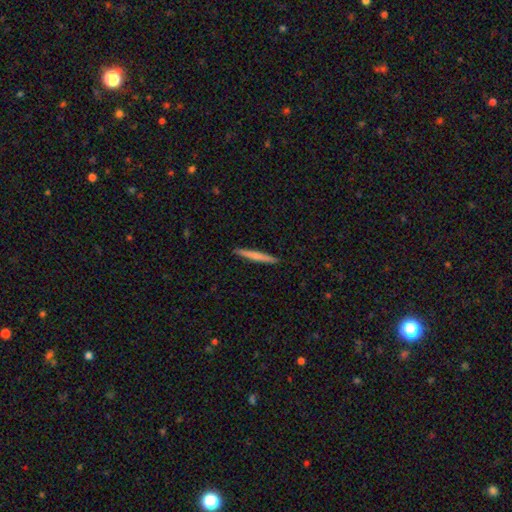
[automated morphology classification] Smooth or featured? smooth (66%)
How rounded? cigar-shaped (96%)
Merging? none (93%)